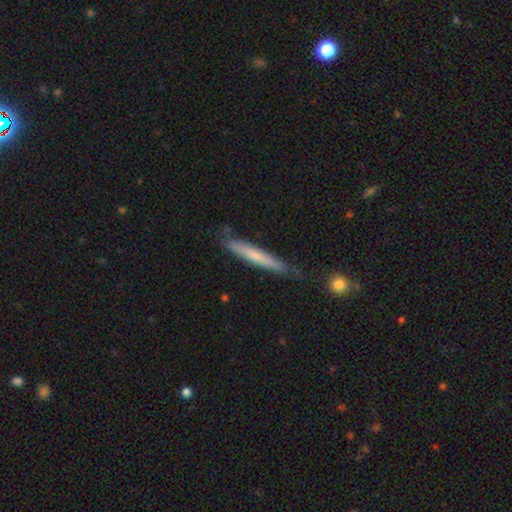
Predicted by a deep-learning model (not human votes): smooth 62%, featured or disk 33%, star or artifact 5%. Down the decision tree: how rounded — cigar-shaped (95%); merging — none (78%).